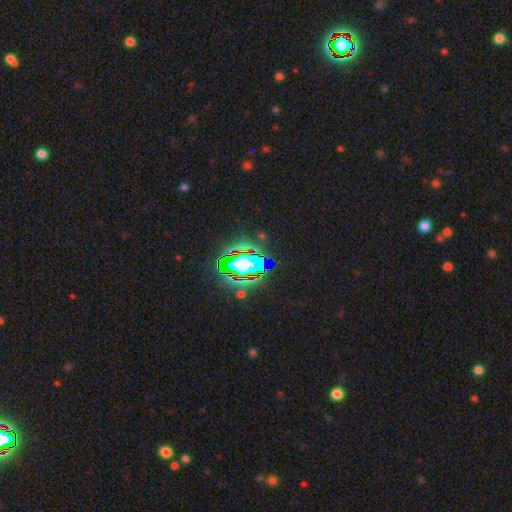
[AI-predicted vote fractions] This is likely a star or artifact rather than a galaxy (79%).